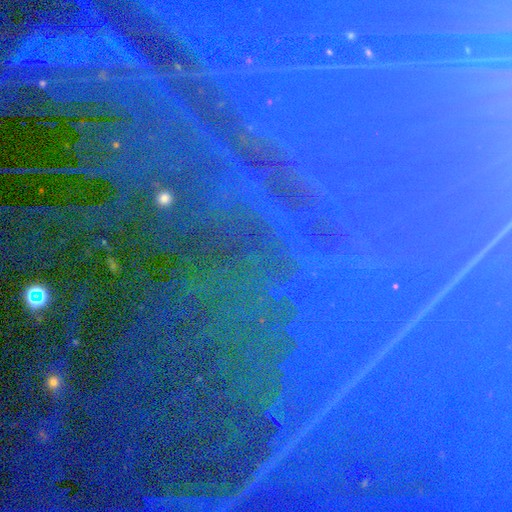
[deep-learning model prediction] Overall: star or artifact (88%).